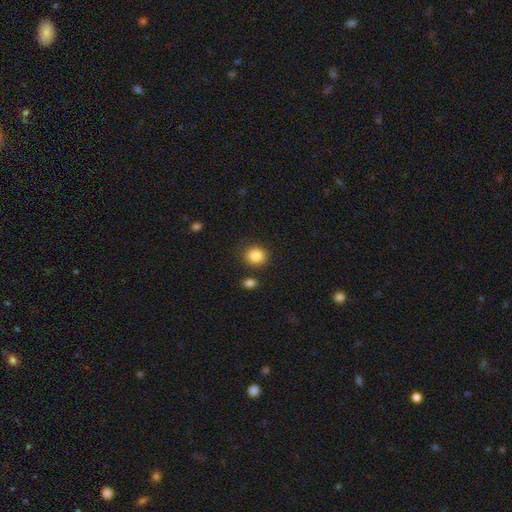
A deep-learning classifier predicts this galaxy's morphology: smooth_or_featured: smooth (p=0.86) [alt: star or artifact p=0.09]
how_rounded: round (p=0.77) [alt: in between p=0.22]
merging: none (p=0.84) [alt: minor disturbance p=0.09]